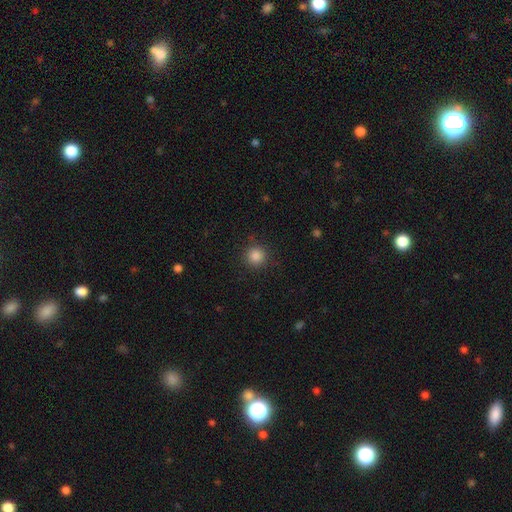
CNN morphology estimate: type=smooth (85%); roundness=round (94%); merging=none (89%).